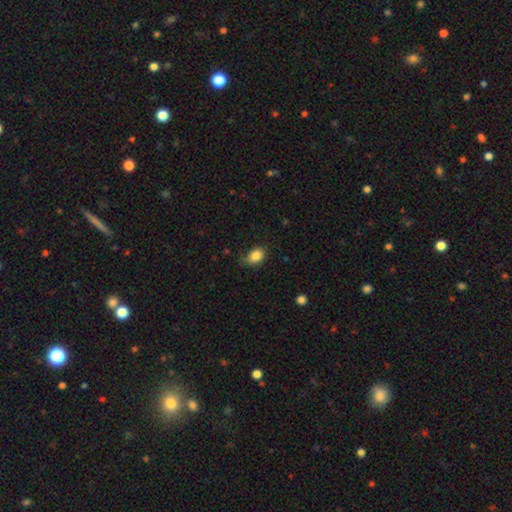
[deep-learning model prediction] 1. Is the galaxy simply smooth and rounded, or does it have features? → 85% smooth, 9% star or artifact, 6% featured or disk.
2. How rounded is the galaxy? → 63% in between, 36% round, 1% cigar-shaped.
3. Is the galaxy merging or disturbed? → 67% none, 26% minor disturbance, 6% major disturbance, 2% merger.